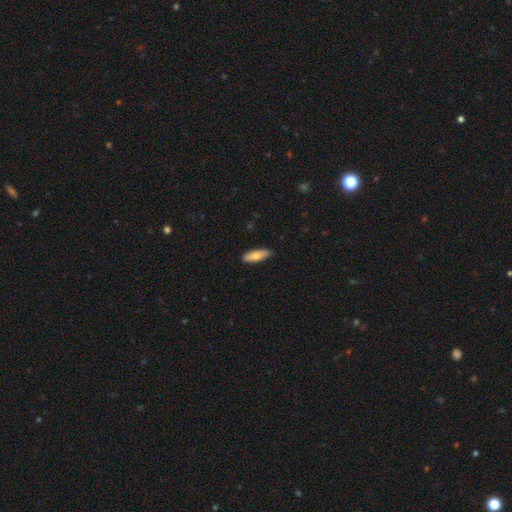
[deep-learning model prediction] smooth_or_featured: smooth (p=0.77) [alt: featured or disk p=0.18]
how_rounded: in between (p=0.57) [alt: cigar-shaped p=0.41]
merging: none (p=0.86) [alt: minor disturbance p=0.11]